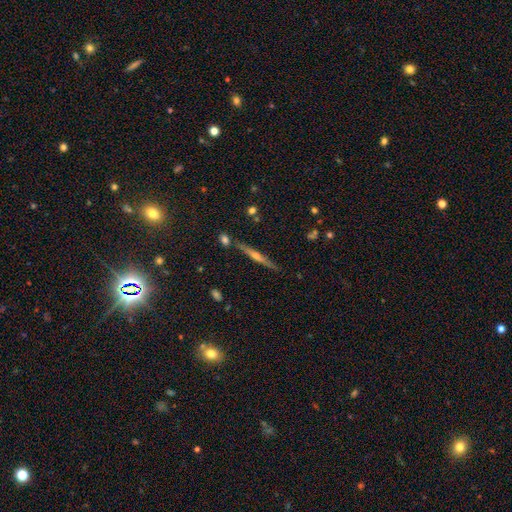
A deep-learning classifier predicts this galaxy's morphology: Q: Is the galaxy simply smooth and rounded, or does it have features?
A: featured or disk — 71%.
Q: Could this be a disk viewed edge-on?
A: yes — 98%.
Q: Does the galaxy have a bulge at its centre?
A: rounded — 78%.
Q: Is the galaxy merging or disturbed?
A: none — 86%.